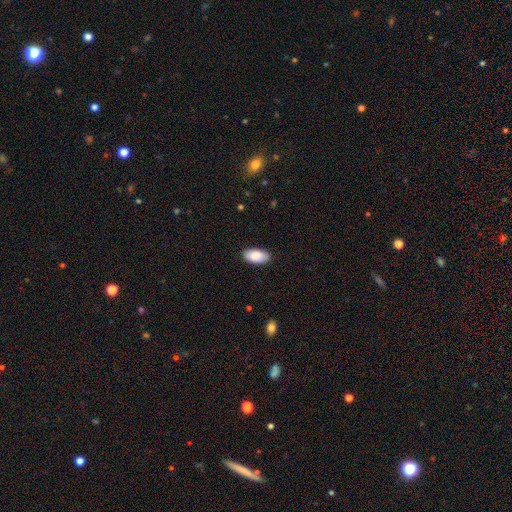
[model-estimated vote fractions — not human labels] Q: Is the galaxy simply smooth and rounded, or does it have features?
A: smooth — 88%.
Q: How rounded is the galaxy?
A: in between — 94%.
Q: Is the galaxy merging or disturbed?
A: none — 88%.